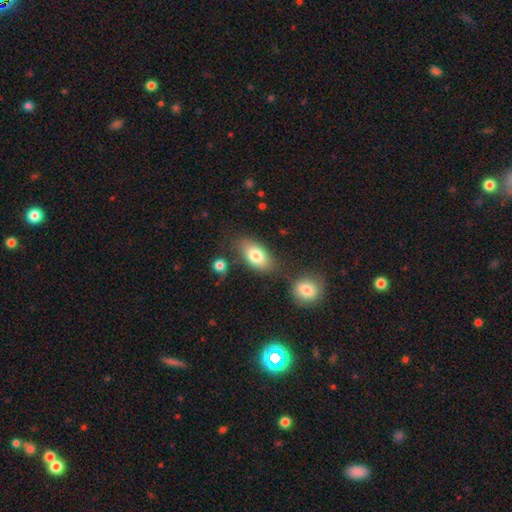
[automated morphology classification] Smooth or featured? Predicted: smooth (p=0.80). How rounded? Predicted: in between (p=0.89). Merging? Predicted: none (p=0.71).